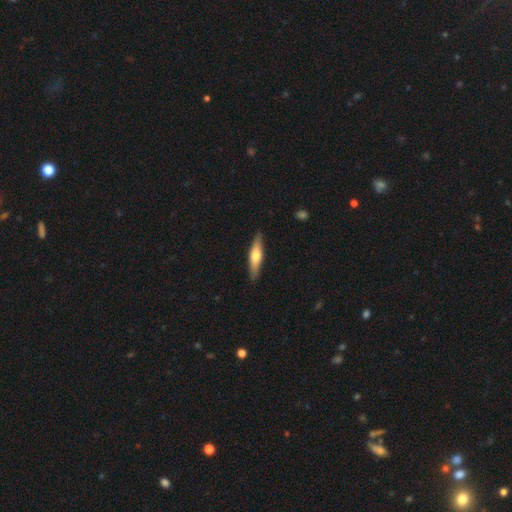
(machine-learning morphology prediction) Overall: smooth (53%; featured or disk 42%). How rounded: cigar-shaped (77%). Merging: none (88%).